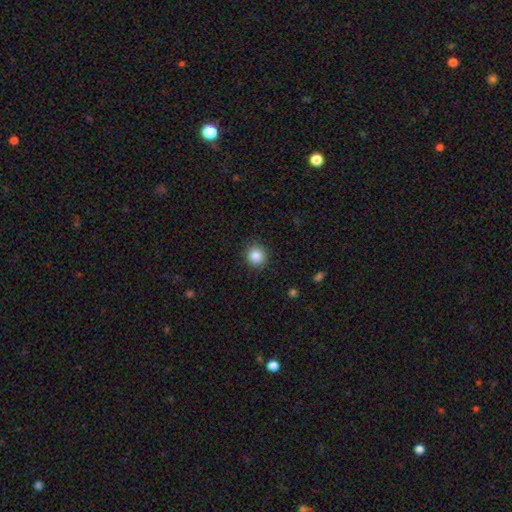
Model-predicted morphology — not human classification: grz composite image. It shows a smooth galaxy with no disk features (85%) that is round (92%). Merging: none (89%).